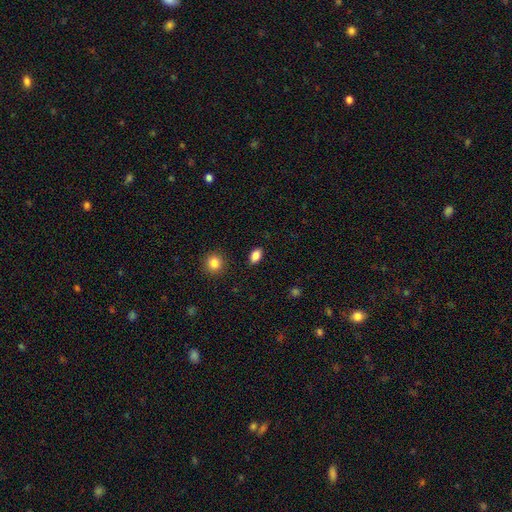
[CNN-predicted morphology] Overall: smooth (86%). How rounded: in between (87%). Merging: none (88%).